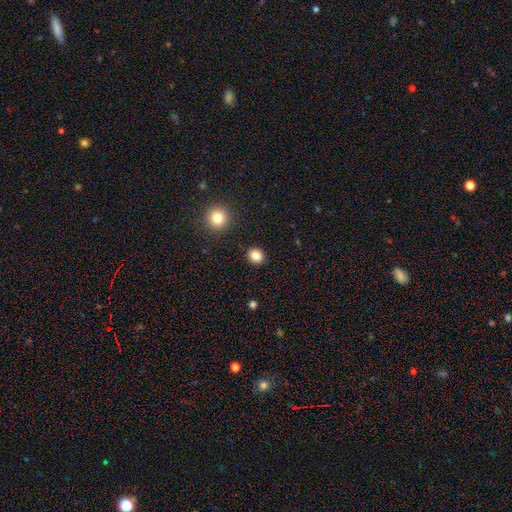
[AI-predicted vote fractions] Smooth or featured? smooth (83%)
How rounded? round (77%)
Merging? none (90%)